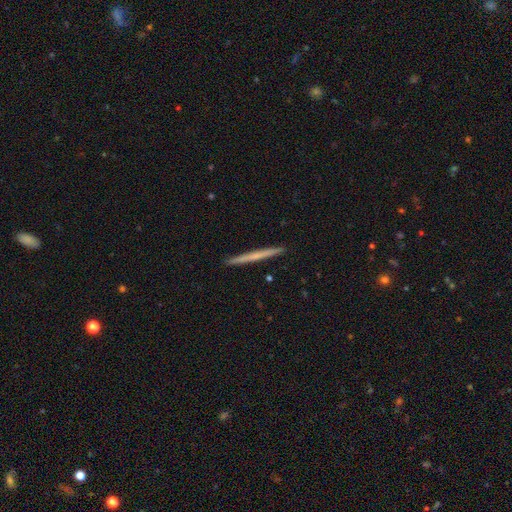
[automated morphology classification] A smooth galaxy with no disk features (50%). Merging: none (93%).